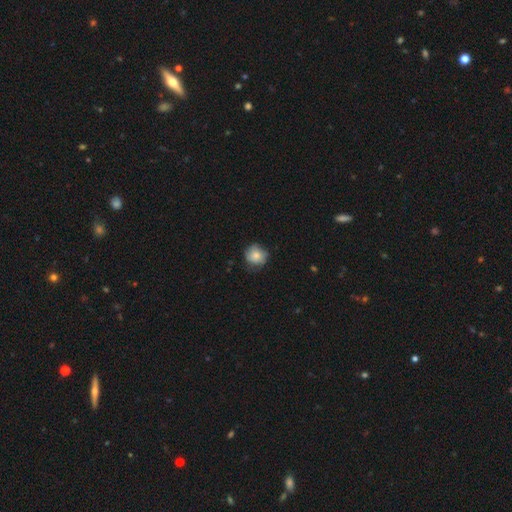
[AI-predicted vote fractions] Smooth or featured? smooth (75%)
How rounded? round (86%)
Merging? none (68%)